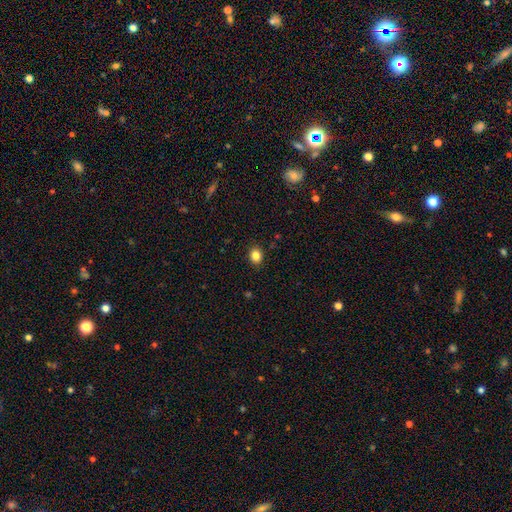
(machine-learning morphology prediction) A smooth galaxy with no disk features (85%) that is round (62%). Merging: none (90%).